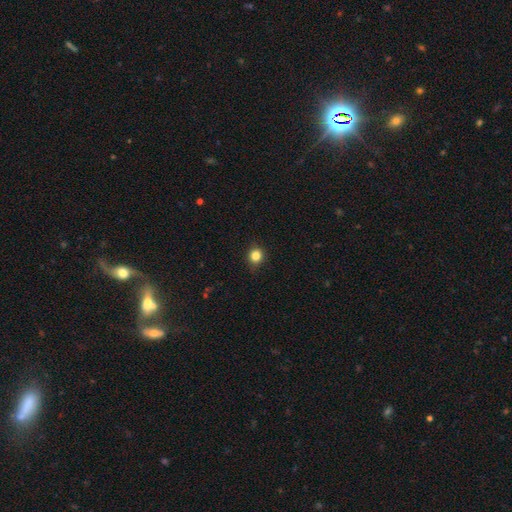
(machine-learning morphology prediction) Smooth or featured? smooth (83%)
How rounded? round (85%)
Merging? none (87%)